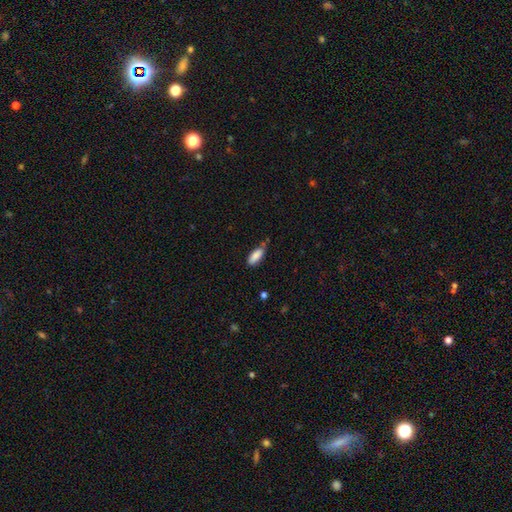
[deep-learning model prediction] Morphology: type=smooth (87%); roundness=in between (71%); merging=none (62%).